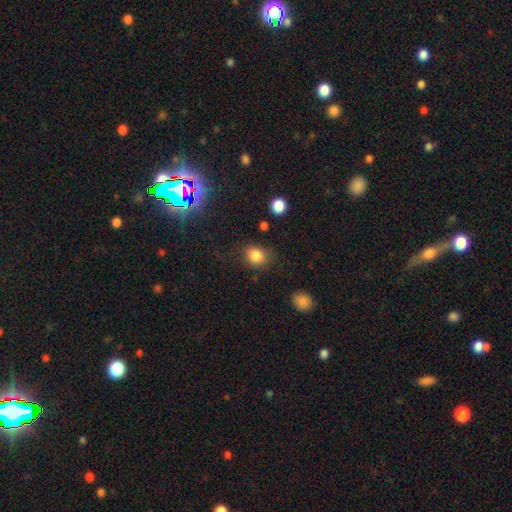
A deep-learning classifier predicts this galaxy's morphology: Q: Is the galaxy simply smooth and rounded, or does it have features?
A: smooth — 84%.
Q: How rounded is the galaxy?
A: round — 64%.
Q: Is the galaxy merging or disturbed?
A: none — 79%.